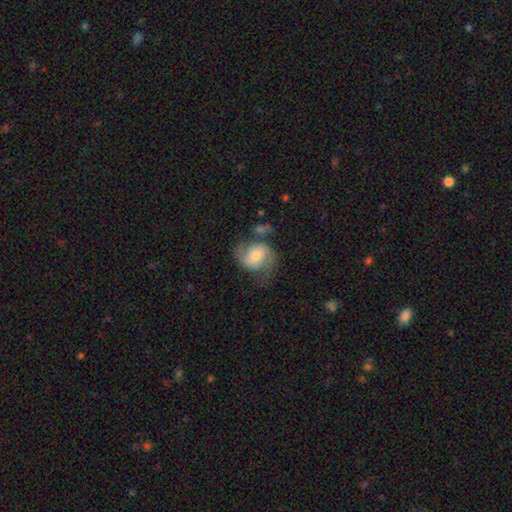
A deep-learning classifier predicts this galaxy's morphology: Smooth or featured? featured or disk (57%)
Edge-on disk? no (97%)
Bar? no (56%)
Spiral arms? yes (85%)
Bulge size? moderate (54%)
Merging? none (51%)